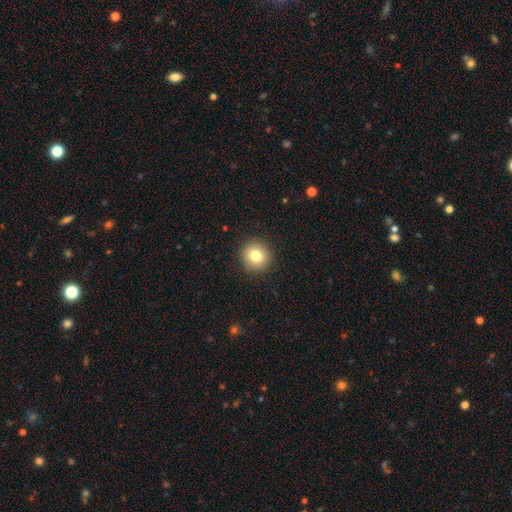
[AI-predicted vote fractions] smooth 80%, star or artifact 11%, featured or disk 10%. Down the decision tree: how rounded — round (93%); merging — none (91%).